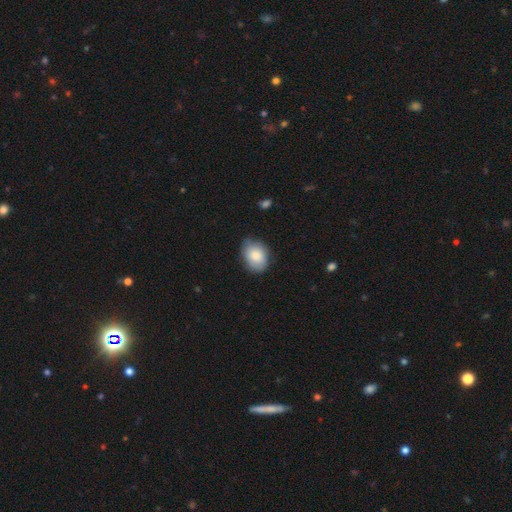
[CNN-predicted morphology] type=smooth (85%); roundness=in between (72%); merging=none (75%).